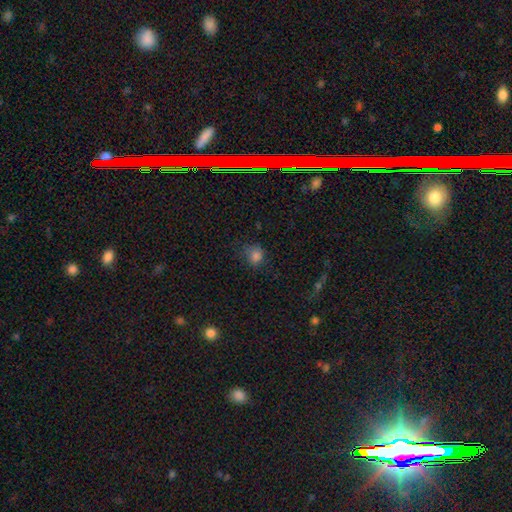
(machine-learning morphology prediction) This appears to be a smooth galaxy with no disk features (79%) that is round (75%). Merging: none (66%).